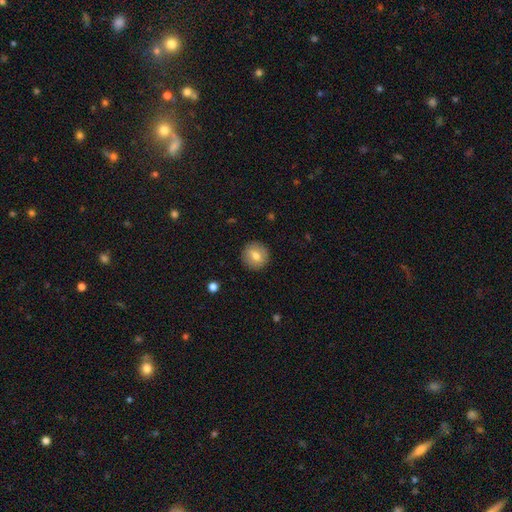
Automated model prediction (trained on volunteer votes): Q: Smooth or featured?
A: smooth (70%); runner-up: featured or disk (22%)
Q: How rounded?
A: round (89%); runner-up: in between (10%)
Q: Merging?
A: none (90%); runner-up: minor disturbance (7%)